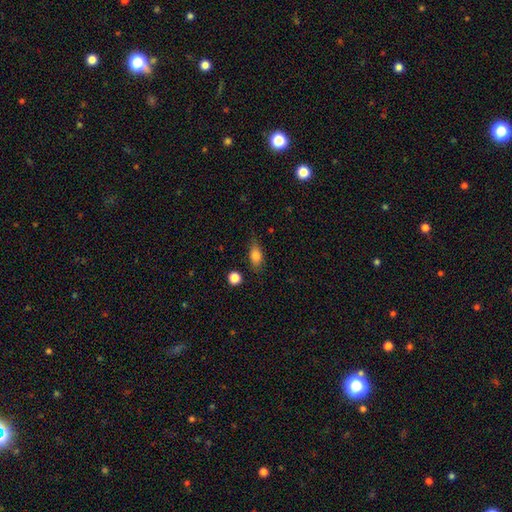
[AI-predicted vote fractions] A smooth galaxy with no disk features (79%) that is in between round and cigar-shaped (79%).

Vote fractions:
- Smooth or featured? smooth: 79% / featured or disk: 12% / star or artifact: 9%
- How rounded? in between: 79% / round: 11% / cigar-shaped: 11%
- Merging? none: 73% / minor disturbance: 19% / major disturbance: 5% / merger: 3%